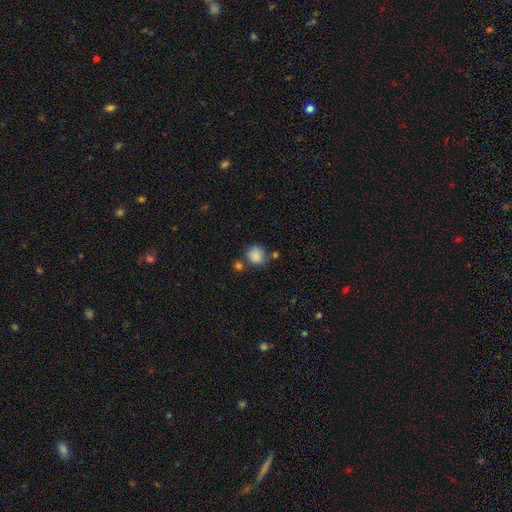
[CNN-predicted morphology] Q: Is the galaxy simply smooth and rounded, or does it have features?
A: smooth — 86%.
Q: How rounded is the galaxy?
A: round — 84%.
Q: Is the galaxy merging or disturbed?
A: none — 64%.